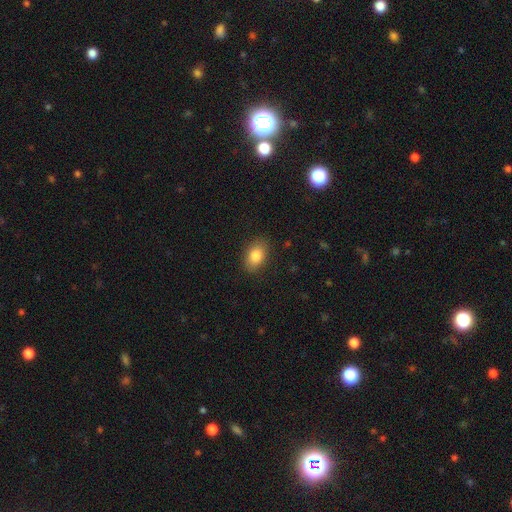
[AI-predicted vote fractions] Q: Smooth or featured?
A: smooth (84%); runner-up: star or artifact (8%)
Q: How rounded?
A: in between (85%); runner-up: round (14%)
Q: Merging?
A: none (85%); runner-up: minor disturbance (11%)